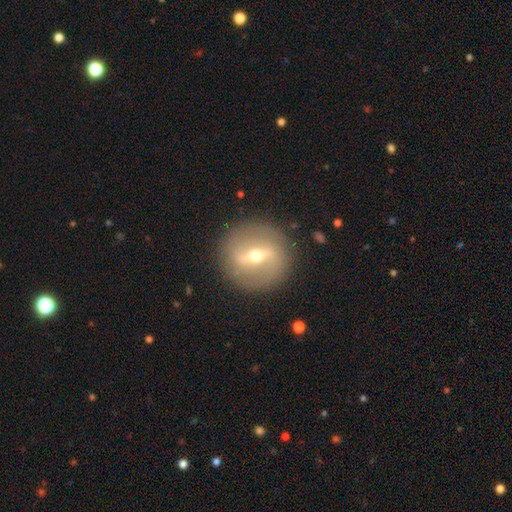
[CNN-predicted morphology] A featured or disk galaxy (69%) with a strong bar (56%), no spiral arms (65%) and a moderate central bulge (65%). Merging: none (88%).